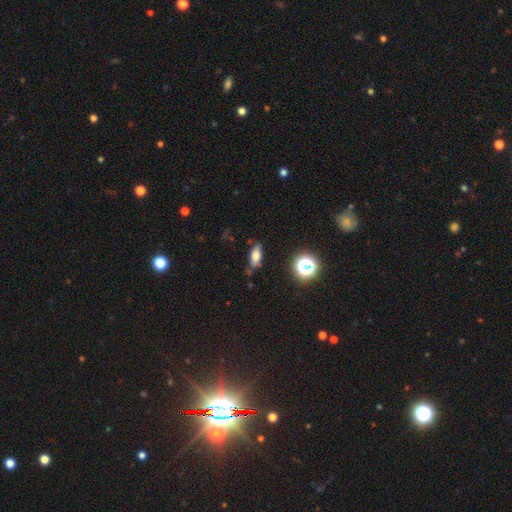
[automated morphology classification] smooth-or-featured: smooth: 70% | featured or disk: 17% | star or artifact: 13%
  how-rounded: in between: 71% | cigar-shaped: 21% | round: 7%
  merging: none: 77% | minor disturbance: 16% | major disturbance: 4% | merger: 3%